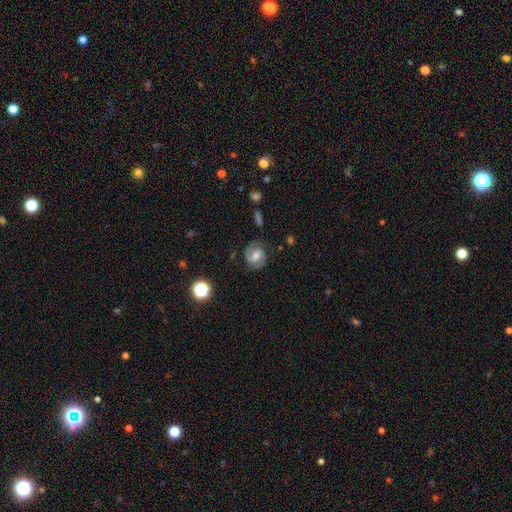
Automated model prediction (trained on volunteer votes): smooth-or-featured: featured or disk: 63% | smooth: 28% | star or artifact: 9%
  disk-edge-on: no: 97% | yes: 3%
    bar: weak: 48% | no: 37% | strong: 15%
    has-spiral-arms: yes: 90% | no: 10%
      spiral-winding: medium: 47% | tight: 36% | loose: 17%
      spiral-arm-count: 2: 85% | can't tell: 8% | 1: 4% | 3: 1% | 4: 1% | more than 4: 1%
    bulge-size: moderate: 64% | small: 22% | large: 10% | none: 3% | dominant: 1%
  merging: none: 78% | minor disturbance: 15% | major disturbance: 5% | merger: 2%